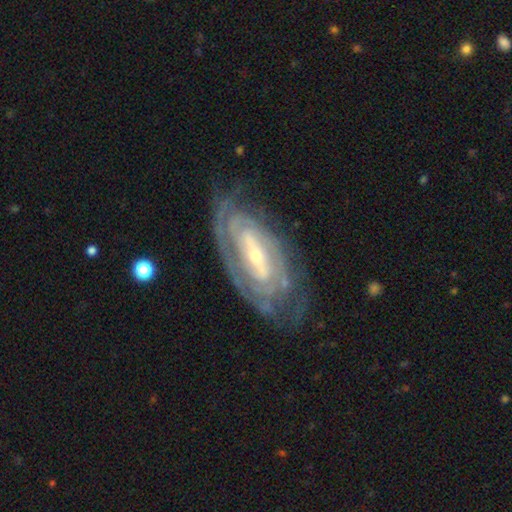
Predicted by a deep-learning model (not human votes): Smooth or featured?
  - featured or disk: 88% *
  - smooth: 7%
  - star or artifact: 5%
Edge-on disk?
  - no: 92% *
  - yes: 8%
Bar?
  - strong: 42% *
  - weak: 35%
  - no: 23%
Spiral arms?
  - yes: 93% *
  - no: 7%
Spiral winding?
  - tight: 75% *
  - medium: 20%
  - loose: 5%
Spiral arm count?
  - can't tell: 38% *
  - 2: 32%
  - 3: 13%
  - 4: 8%
  - 1: 5%
  - more than 4: 5%
Bulge size?
  - small: 62% *
  - moderate: 34%
  - large: 2%
  - none: 1%
  - dominant: 1%
Merging?
  - none: 73% *
  - minor disturbance: 18%
  - major disturbance: 8%
  - merger: 2%